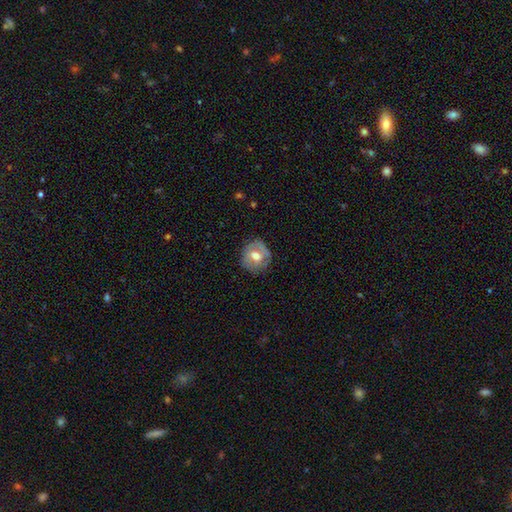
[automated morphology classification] Smooth or featured: smooth — 51% (featured or disk — 42%)
How rounded: round — 81% (in between — 18%)
Merging: none — 75% (minor disturbance — 18%)